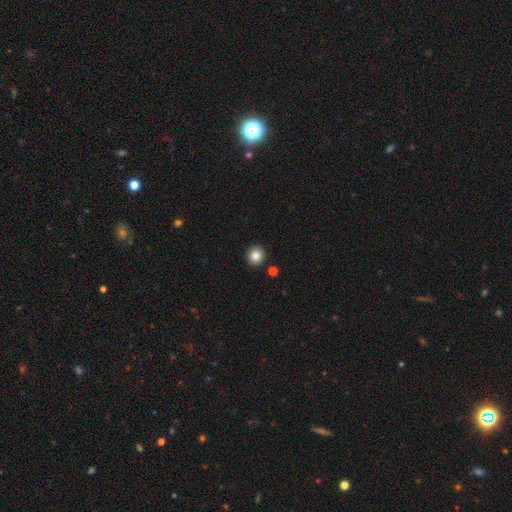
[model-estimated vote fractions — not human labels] Morphology: type=smooth (84%); roundness=round (92%); merging=none (90%).